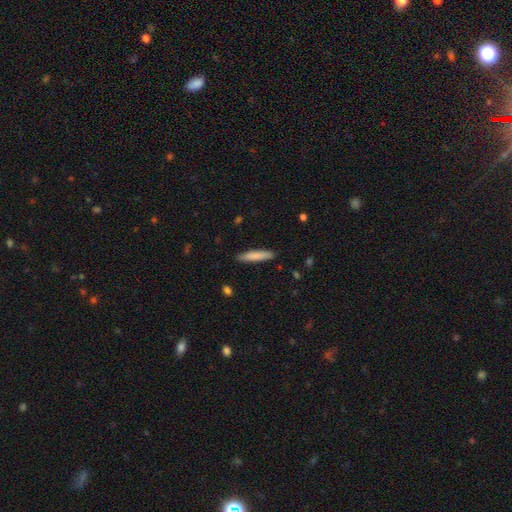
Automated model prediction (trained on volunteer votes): Smooth or featured? Predicted: smooth (p=0.81). How rounded? Predicted: cigar-shaped (p=0.88). Merging? Predicted: none (p=0.89).